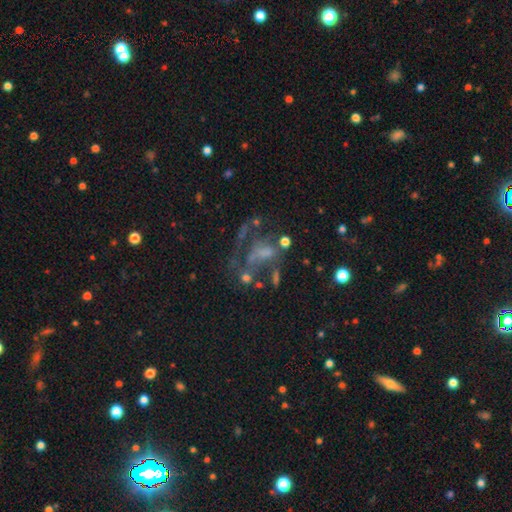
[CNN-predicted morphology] Smooth or featured?
  - featured or disk: 56% *
  - star or artifact: 31%
  - smooth: 14%
Edge-on disk?
  - no: 96% *
  - yes: 4%
Bar?
  - no: 64% *
  - weak: 26%
  - strong: 11%
Spiral arms?
  - yes: 63% *
  - no: 37%
Bulge size?
  - none: 41% *
  - small: 34%
  - moderate: 18%
  - large: 4%
  - dominant: 3%
Merging?
  - none: 45% *
  - major disturbance: 29%
  - minor disturbance: 15%
  - merger: 11%